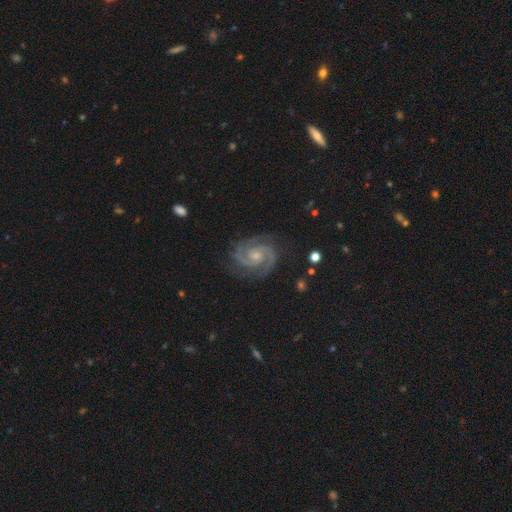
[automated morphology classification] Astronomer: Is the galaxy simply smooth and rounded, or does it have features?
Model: featured or disk — 93%.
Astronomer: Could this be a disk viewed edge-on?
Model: no — 98%.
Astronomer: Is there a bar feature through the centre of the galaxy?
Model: no — 62%.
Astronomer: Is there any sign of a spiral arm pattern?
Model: yes — 99%.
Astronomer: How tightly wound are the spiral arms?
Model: tight — 50% (runner-up: medium, 46%).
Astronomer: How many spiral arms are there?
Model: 2 — 92%.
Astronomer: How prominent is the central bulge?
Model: small — 58% (runner-up: moderate, 35%).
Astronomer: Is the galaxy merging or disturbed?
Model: none — 83%.